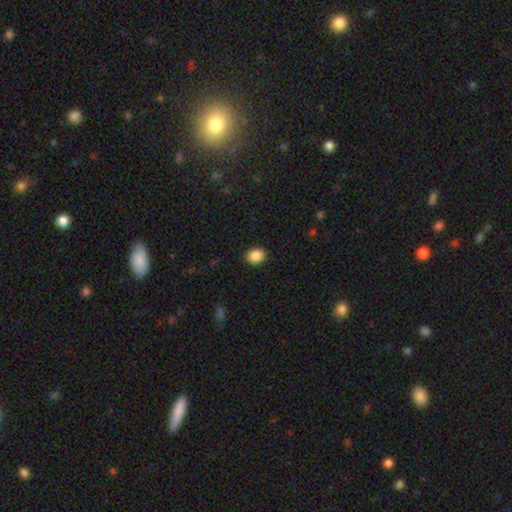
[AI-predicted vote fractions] smooth 88%, star or artifact 9%, featured or disk 3%. Down the decision tree: how rounded — round (76%); merging — none (91%).